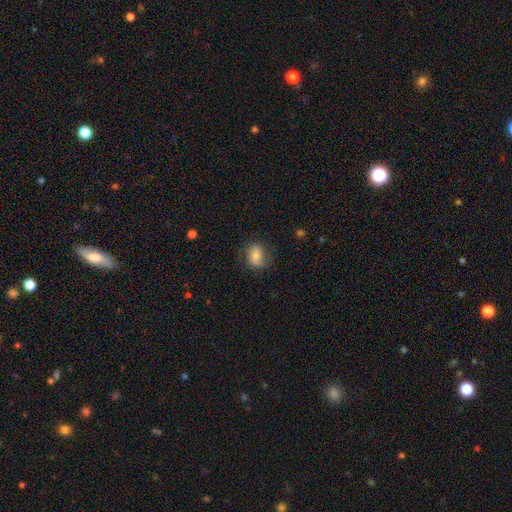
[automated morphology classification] smooth_or_featured: smooth (p=0.75) [alt: featured or disk p=0.17]
how_rounded: in between (p=0.63) [alt: round p=0.35]
merging: none (p=0.75) [alt: minor disturbance p=0.18]